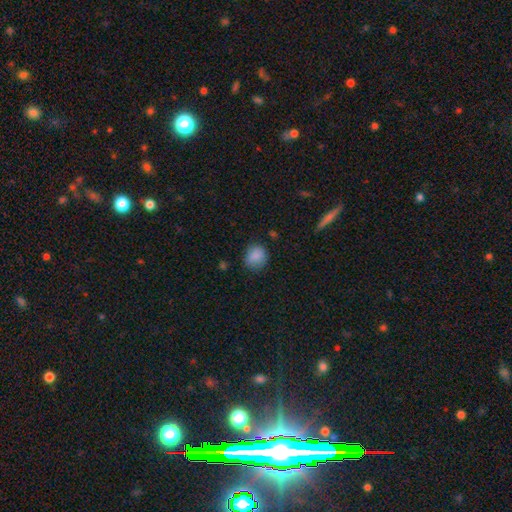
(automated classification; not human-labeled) Overall: smooth (85%). How rounded: round (68%; in between 31%). Merging: none (72%).